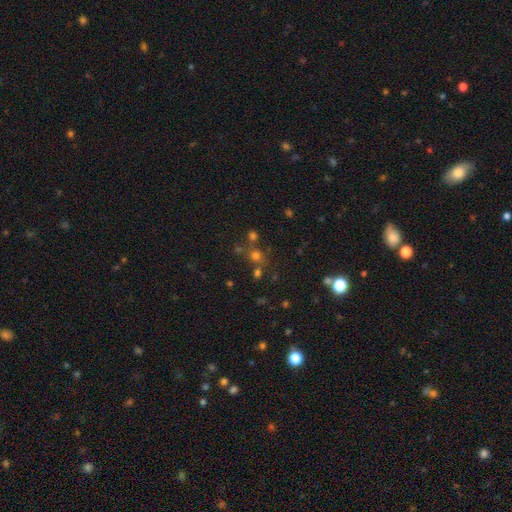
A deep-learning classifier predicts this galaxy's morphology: smooth-or-featured: smooth: 54% | star or artifact: 36% | featured or disk: 10%
  how-rounded: round: 86% | in between: 13% | cigar-shaped: 1%
  merging: none: 66% | merger: 21% | minor disturbance: 9% | major disturbance: 4%